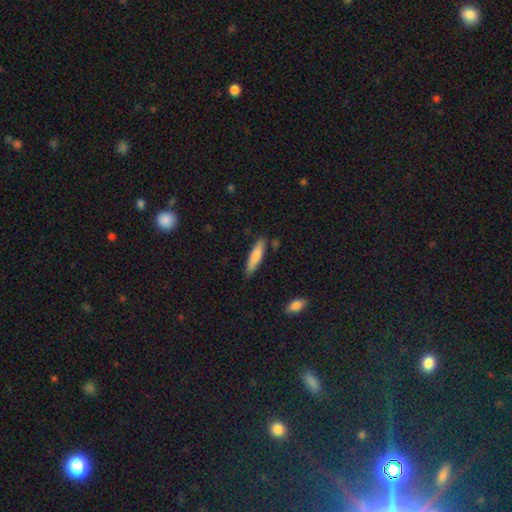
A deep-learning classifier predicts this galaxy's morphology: This is likely a smooth galaxy (77%). How rounded: clearly cigar-shaped (80%). Merging: clearly none (84%).